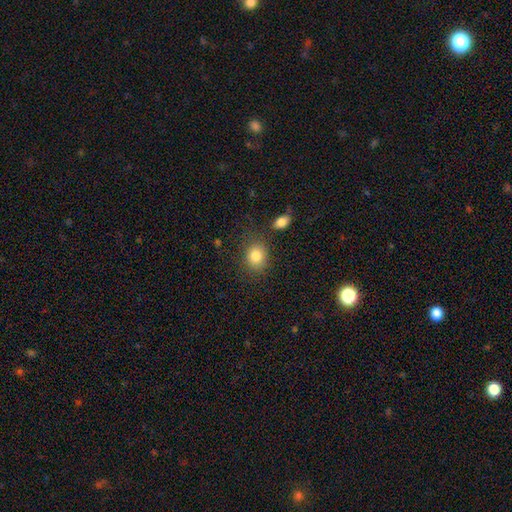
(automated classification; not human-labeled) The model was most divided on "how rounded": round: 61%, in between: 38%, cigar-shaped: 1%. More confident: smooth or featured — smooth (84%); merging — none (78%).